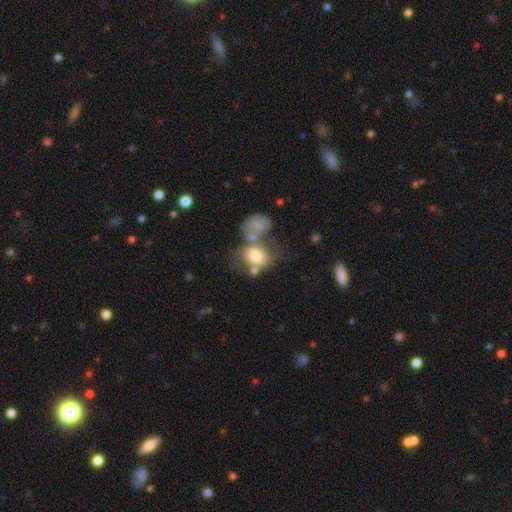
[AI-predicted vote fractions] smooth-or-featured: smooth: 64% | featured or disk: 27% | star or artifact: 9%
  how-rounded: in between: 54% | round: 44% | cigar-shaped: 1%
  merging: merger: 43% | none: 28% | minor disturbance: 15% | major disturbance: 15%